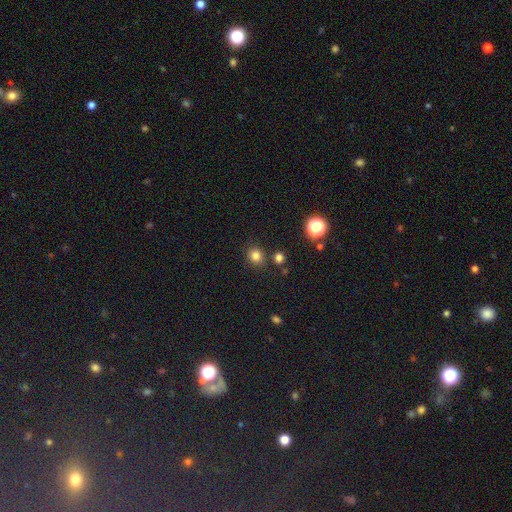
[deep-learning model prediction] This is clearly a smooth galaxy (81%). How rounded: clearly round (85%). Merging: clearly none (84%).